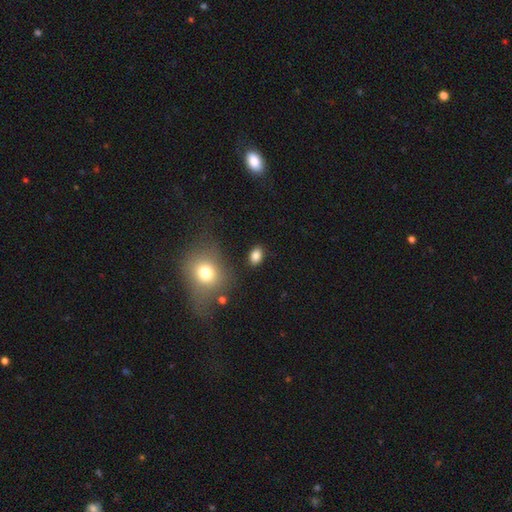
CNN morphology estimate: This is clearly a smooth galaxy (85%). How rounded: likely in between (80%). Merging: clearly none (85%).